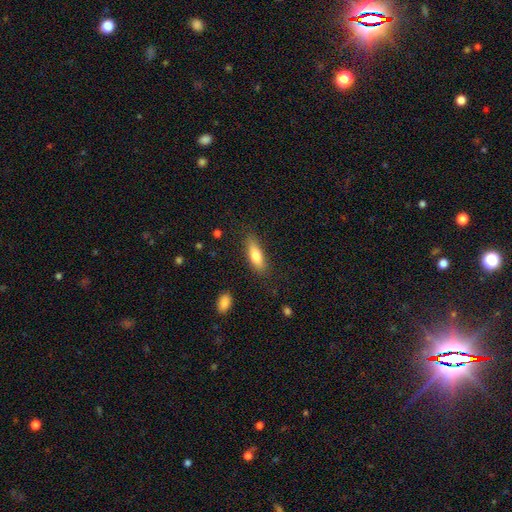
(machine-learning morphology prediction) Q: Smooth or featured?
A: smooth (75%); runner-up: featured or disk (18%)
Q: How rounded?
A: in between (57%); runner-up: cigar-shaped (40%)
Q: Merging?
A: none (82%); runner-up: minor disturbance (13%)